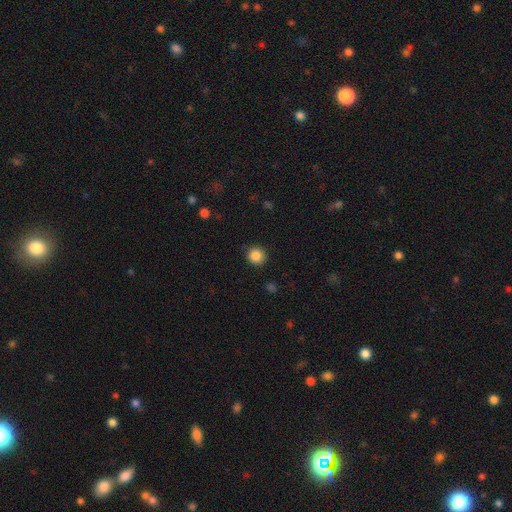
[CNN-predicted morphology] A smooth galaxy with no disk features (86%) that is round (91%).

Vote fractions:
- Smooth or featured? smooth: 86% / star or artifact: 10% / featured or disk: 3%
- How rounded? round: 91% / in between: 8% / cigar-shaped: 1%
- Merging? none: 88% / minor disturbance: 8% / major disturbance: 2% / merger: 1%